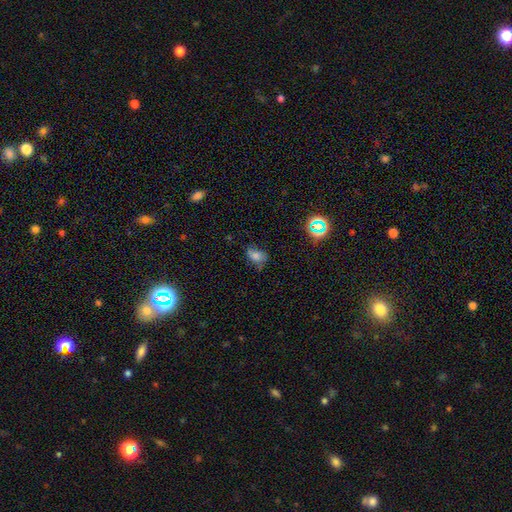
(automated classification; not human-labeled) Smooth or featured?
  - smooth: 67% *
  - star or artifact: 17%
  - featured or disk: 15%
How rounded?
  - in between: 77% *
  - round: 21%
  - cigar-shaped: 2%
Merging?
  - none: 57% *
  - minor disturbance: 30%
  - major disturbance: 10%
  - merger: 3%